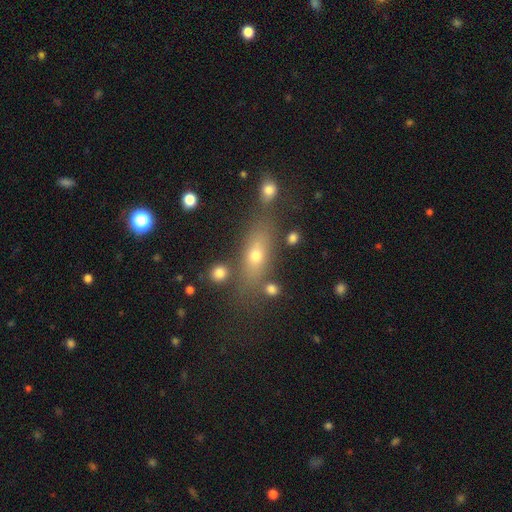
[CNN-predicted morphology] type=smooth (53%); roundness=in between (50%); merging=none (68%).